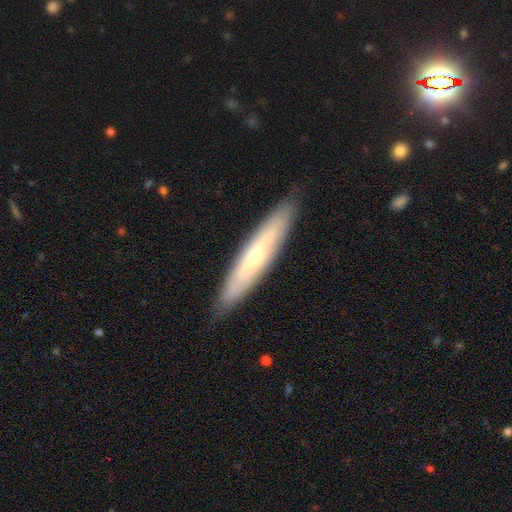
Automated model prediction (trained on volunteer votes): featured or disk 51%, smooth 42%, star or artifact 6%. Down the decision tree: edge-on disk — yes (64%); merging — none (87%).